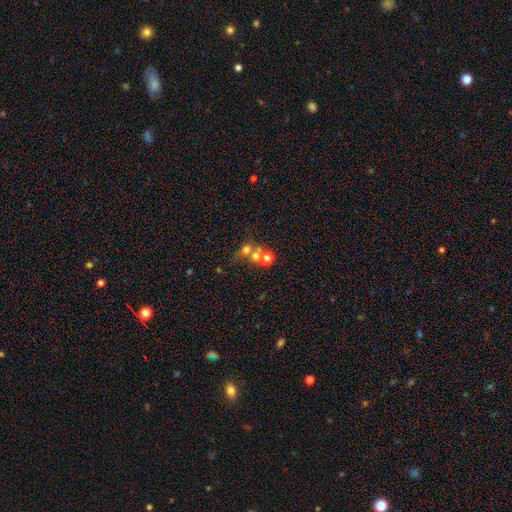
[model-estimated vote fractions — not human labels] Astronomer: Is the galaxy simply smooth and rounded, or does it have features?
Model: smooth — 60%.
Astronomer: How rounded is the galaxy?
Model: round — 80%.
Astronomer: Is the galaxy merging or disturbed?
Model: merger — 50% (runner-up: none, 37%).